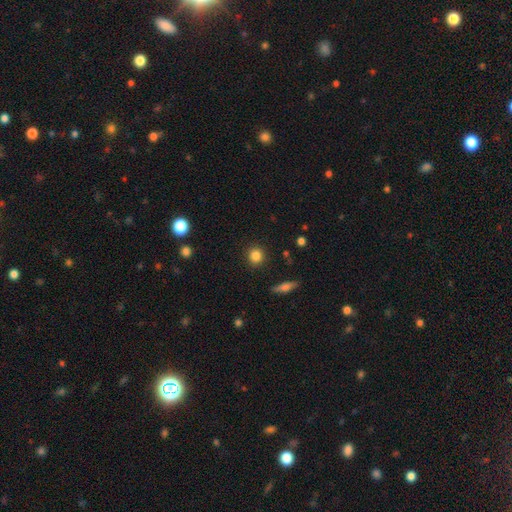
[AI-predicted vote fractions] Smooth or featured? smooth (85%)
How rounded? round (90%)
Merging? none (91%)